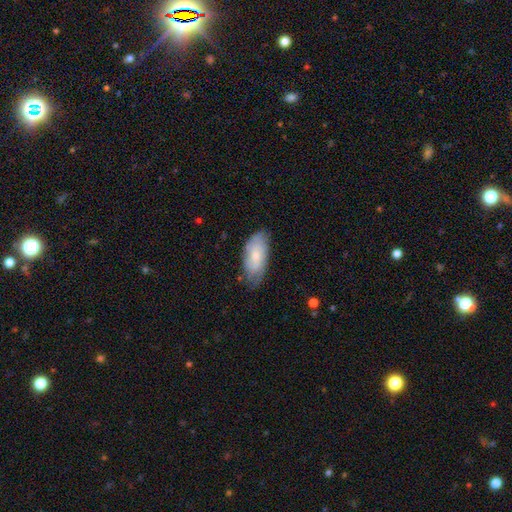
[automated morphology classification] A smooth galaxy with no disk features (61%) that is in between round and cigar-shaped (88%).

Vote fractions:
- Smooth or featured? smooth: 61% / featured or disk: 33% / star or artifact: 6%
- How rounded? in between: 88% / cigar-shaped: 9% / round: 2%
- Merging? none: 65% / minor disturbance: 27% / major disturbance: 6% / merger: 1%